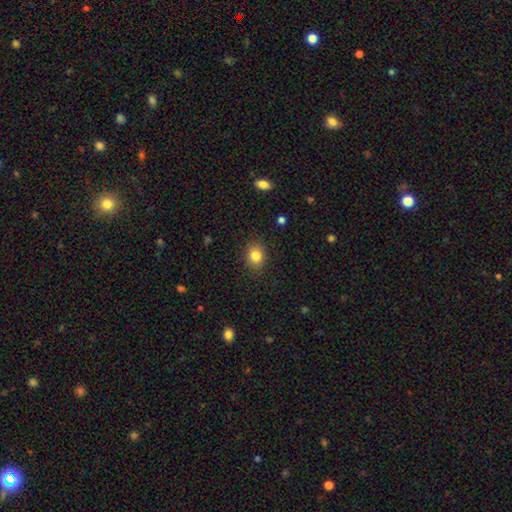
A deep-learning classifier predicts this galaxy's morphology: This is clearly a smooth galaxy (83%). How rounded: possibly round (52%). Merging: clearly none (87%).